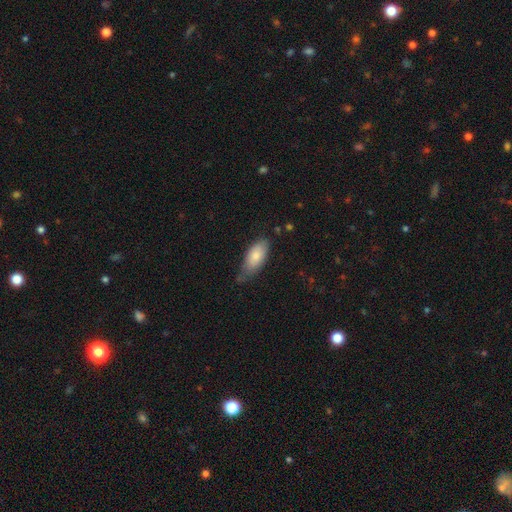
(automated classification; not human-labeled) smooth_or_featured: smooth (p=0.79) [alt: featured or disk p=0.15]
how_rounded: in between (p=0.87) [alt: cigar-shaped p=0.11]
merging: none (p=0.51) [alt: minor disturbance p=0.38]